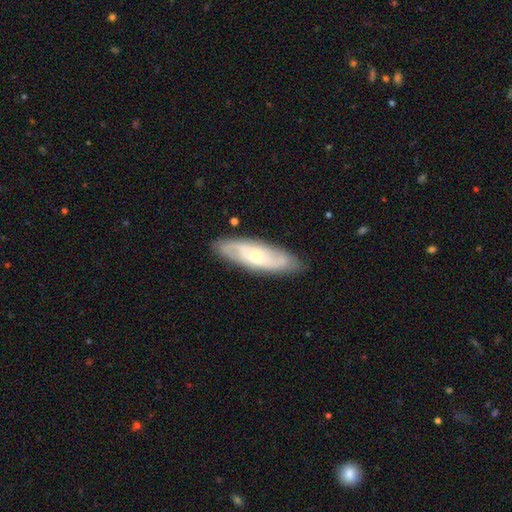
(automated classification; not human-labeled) Q: Smooth or featured?
A: featured or disk (66%); runner-up: smooth (28%)
Q: Edge-on disk?
A: no (80%); runner-up: yes (20%)
Q: Bar?
A: no (55%); runner-up: weak (36%)
Q: Spiral arms?
A: yes (86%); runner-up: no (14%)
Q: Bulge size?
A: small (51%); runner-up: moderate (43%)
Q: Merging?
A: none (85%); runner-up: minor disturbance (11%)